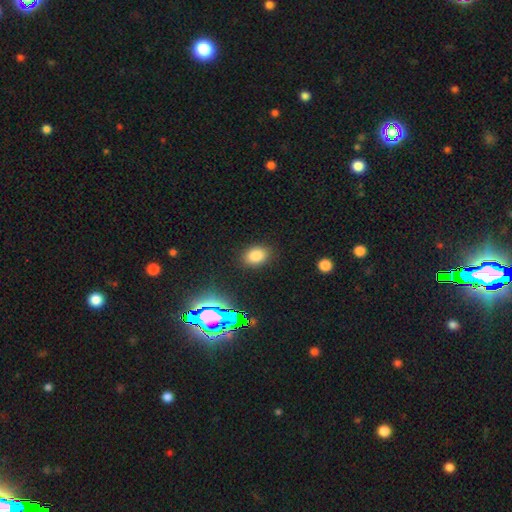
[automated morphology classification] This appears to be a smooth galaxy with no disk features (78%) that is in between round and cigar-shaped (74%). Merging: none (87%).